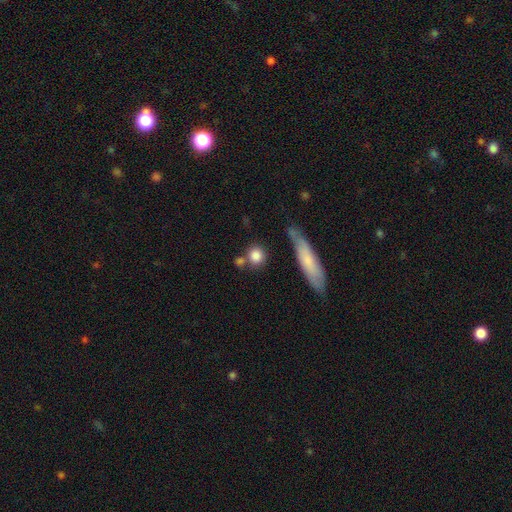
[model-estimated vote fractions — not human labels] Smooth or featured: smooth — 81% (featured or disk — 10%)
How rounded: round — 83% (in between — 11%)
Merging: none — 65% (merger — 19%)